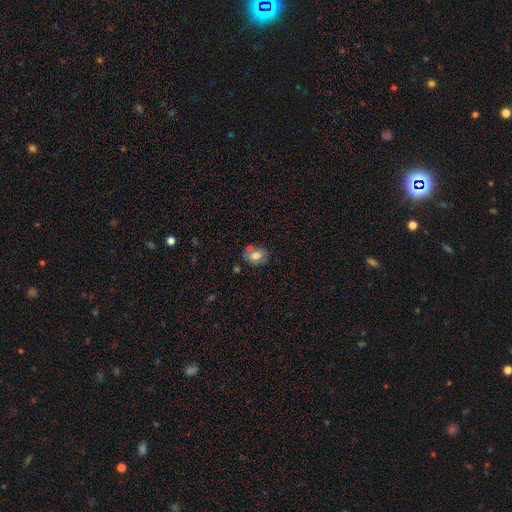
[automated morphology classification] This is likely a smooth galaxy (71%). How rounded: possibly in between (58%). Merging: possibly none (59%).